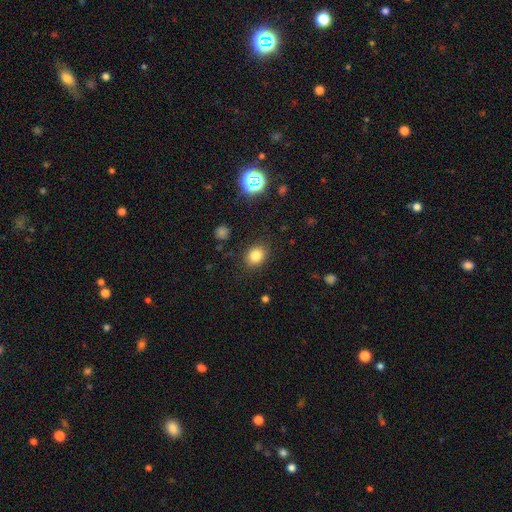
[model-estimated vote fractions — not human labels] Smooth or featured? smooth (81%)
How rounded? round (51%)
Merging? none (87%)